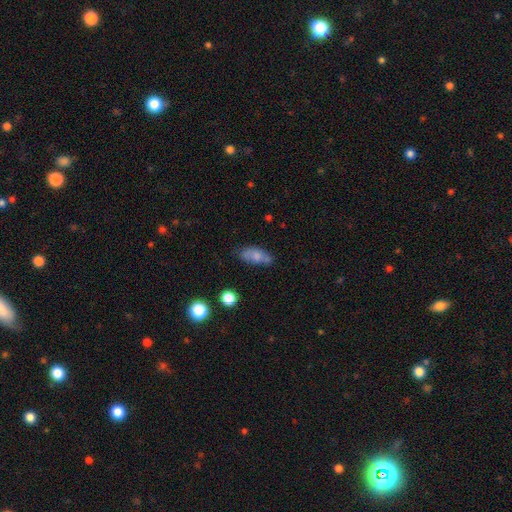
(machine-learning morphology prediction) Smooth or featured: smooth — 69% (featured or disk — 22%)
How rounded: in between — 82% (cigar-shaped — 12%)
Merging: none — 52% (minor disturbance — 27%)